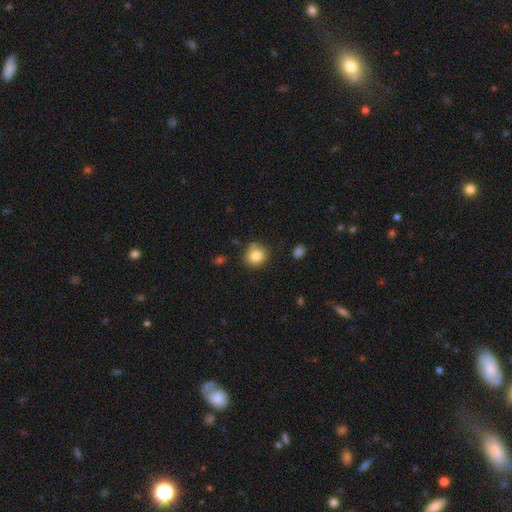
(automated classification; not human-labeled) Smooth or featured: smooth — 83% (star or artifact — 10%)
How rounded: round — 89% (in between — 10%)
Merging: none — 79% (minor disturbance — 13%)